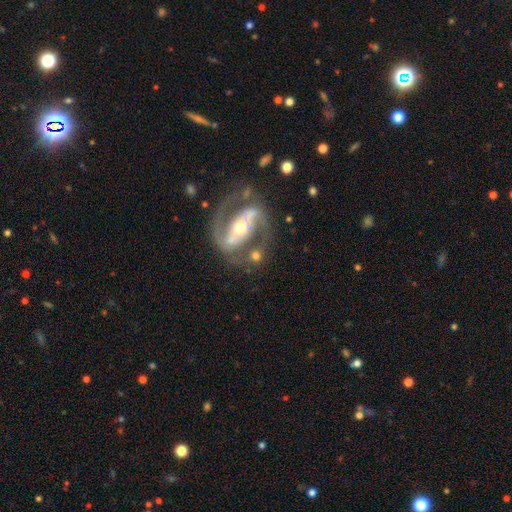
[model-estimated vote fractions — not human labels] A featured or disk galaxy (85%) with a strong bar (57%), 2 (92%) medium (56%) spiral arms (91%) and a moderate central bulge (64%). Merging: none (63%).